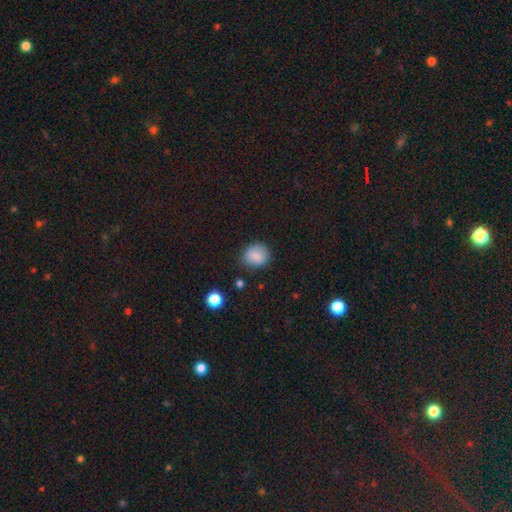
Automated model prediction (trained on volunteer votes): A smooth galaxy with no disk features (84%) that is round (71%). Merging: none (76%).